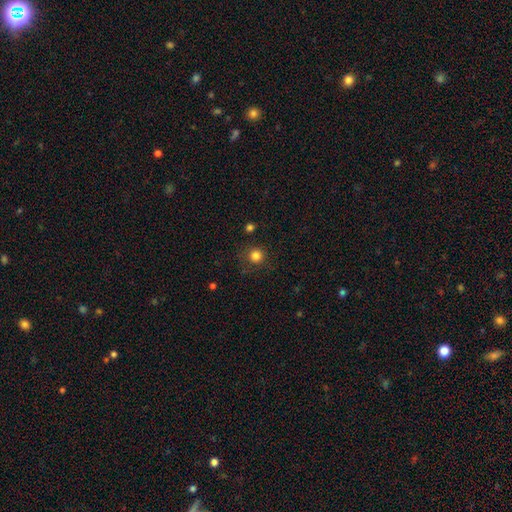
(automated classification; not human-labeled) Smooth or featured? smooth (83%)
How rounded? round (94%)
Merging? none (85%)